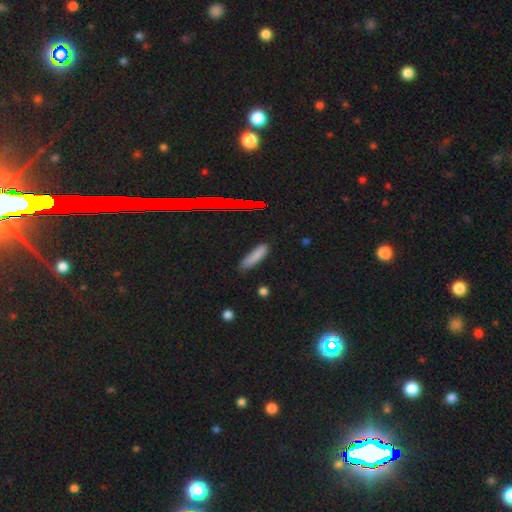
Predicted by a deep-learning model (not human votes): Q: Smooth or featured?
A: smooth (82%); runner-up: star or artifact (9%)
Q: How rounded?
A: cigar-shaped (73%); runner-up: in between (25%)
Q: Merging?
A: none (81%); runner-up: minor disturbance (14%)